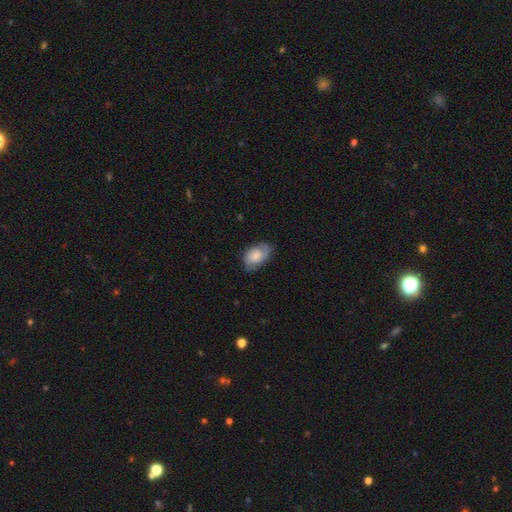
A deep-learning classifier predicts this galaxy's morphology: Q: Smooth or featured?
A: smooth (52%); runner-up: featured or disk (41%)
Q: How rounded?
A: in between (90%); runner-up: round (8%)
Q: Merging?
A: none (69%); runner-up: minor disturbance (23%)